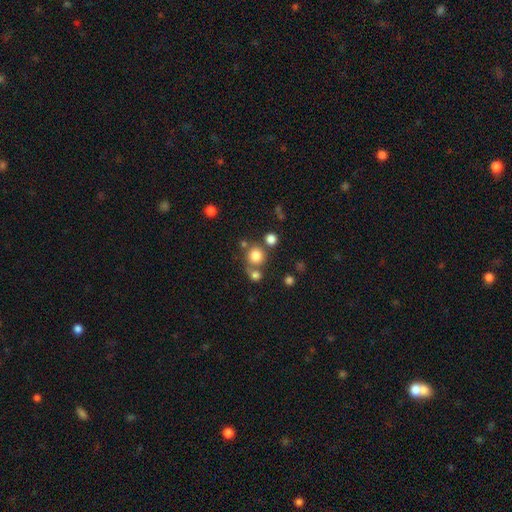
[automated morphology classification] Smooth or featured?
  - smooth: 80% *
  - star or artifact: 13%
  - featured or disk: 7%
How rounded?
  - round: 91% *
  - in between: 8%
  - cigar-shaped: 1%
Merging?
  - none: 64% *
  - merger: 23%
  - minor disturbance: 8%
  - major disturbance: 4%